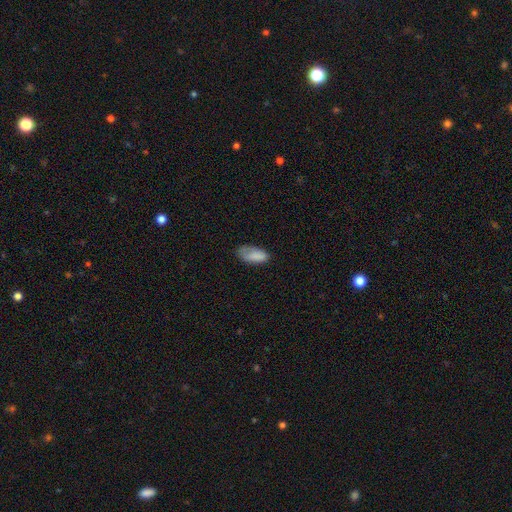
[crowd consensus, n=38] Overall: smooth (82%). How rounded: in between (97%). Merging: none (47%; major disturbance 25%).